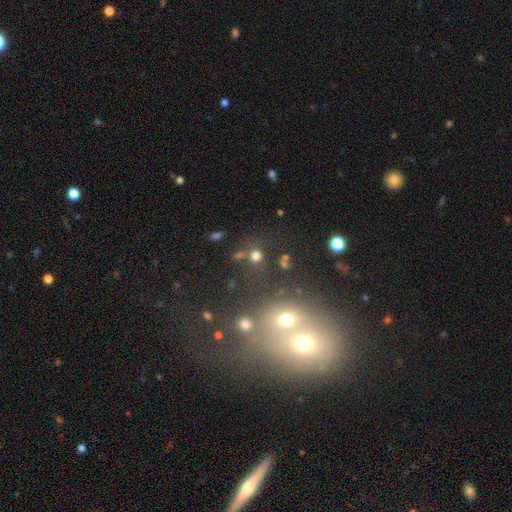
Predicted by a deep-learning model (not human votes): A smooth galaxy with no disk features (68%) that is round (82%).

Vote fractions:
- Smooth or featured? smooth: 68% / star or artifact: 23% / featured or disk: 9%
- How rounded? round: 82% / in between: 17% / cigar-shaped: 2%
- Merging? none: 68% / merger: 15% / minor disturbance: 11% / major disturbance: 6%